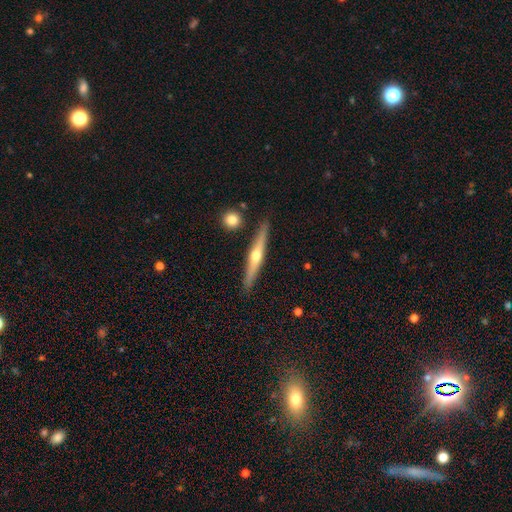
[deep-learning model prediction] featured or disk 67%, smooth 28%, star or artifact 5%. Down the decision tree: edge-on disk — yes (97%); edge-on bulge — rounded (90%); merging — none (89%).